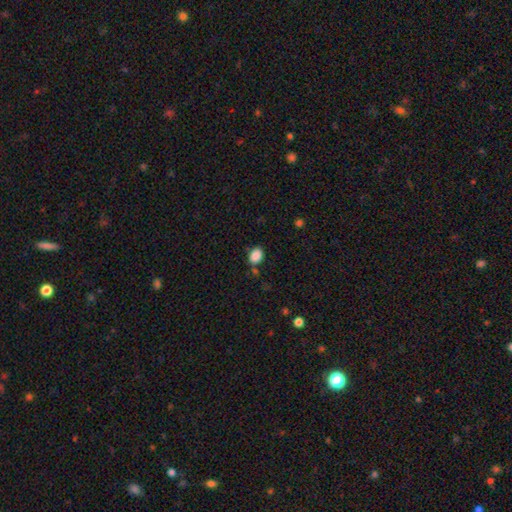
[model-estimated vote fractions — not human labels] Smooth or featured: smooth — 88% (star or artifact — 9%)
How rounded: in between — 64% (round — 35%)
Merging: none — 75% (minor disturbance — 15%)